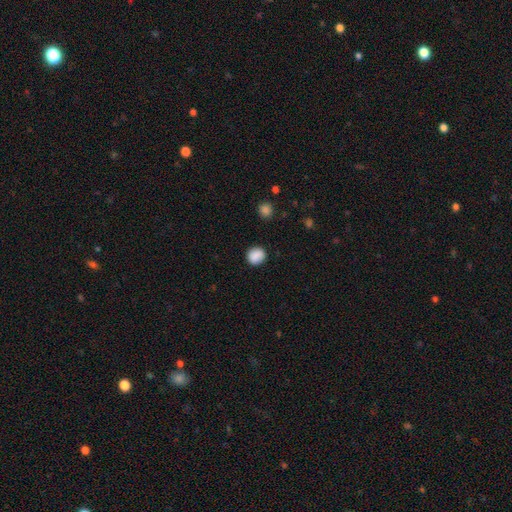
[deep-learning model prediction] Morphology: type=smooth (88%); roundness=round (81%); merging=none (87%).